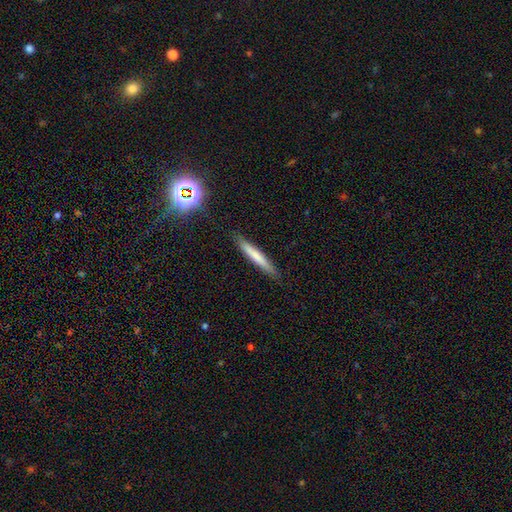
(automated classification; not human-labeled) A smooth galaxy with no disk features (69%) that is cigar-shaped (95%). Merging: none (88%).